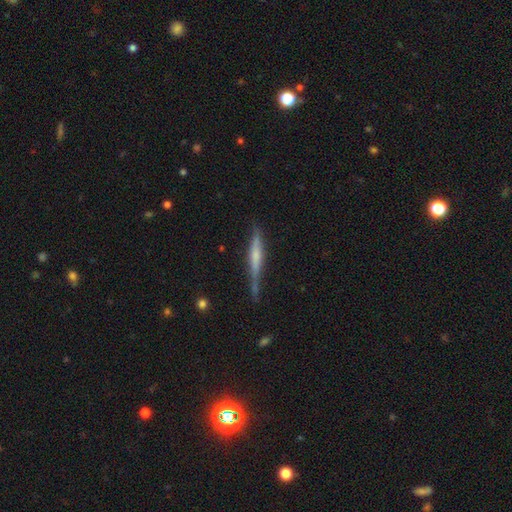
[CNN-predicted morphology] Q: Smooth or featured?
A: featured or disk (57%); runner-up: smooth (36%)
Q: Edge-on disk?
A: yes (95%); runner-up: no (5%)
Q: Edge-on bulge?
A: rounded (40%); runner-up: none (38%)
Q: Merging?
A: none (66%); runner-up: minor disturbance (25%)